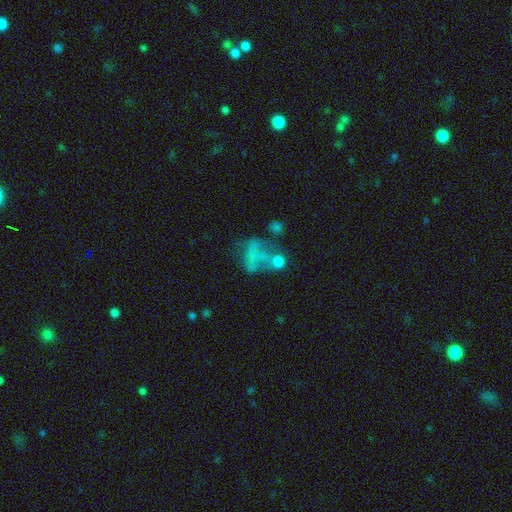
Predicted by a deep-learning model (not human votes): This appears to be a smooth galaxy with no disk features (45%). Merging: major disturbance (38%).